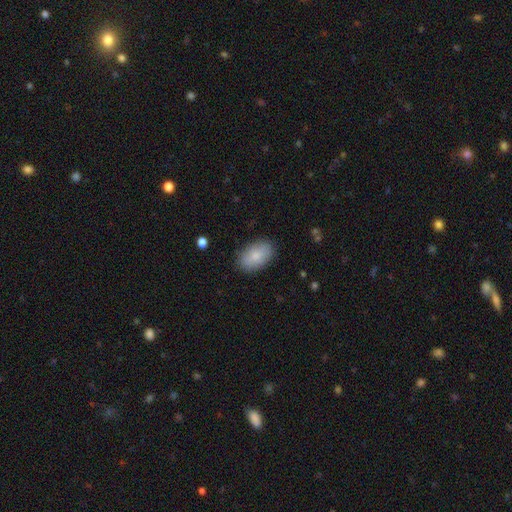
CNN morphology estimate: A smooth galaxy with no disk features (83%) that is in between round and cigar-shaped (92%). Merging: none (84%).